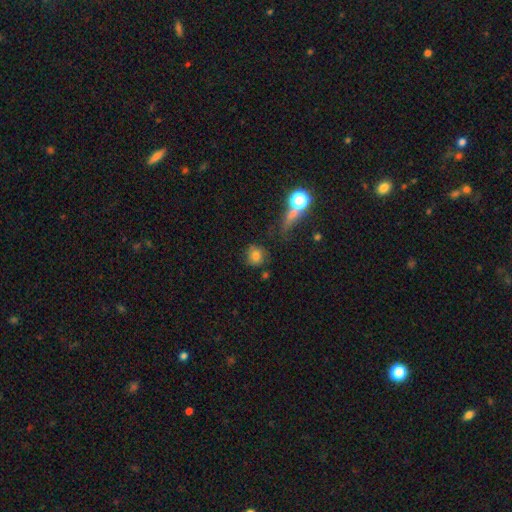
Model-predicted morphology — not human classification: This appears to be a smooth galaxy with no disk features (74%) that is round (80%). Merging: none (70%).